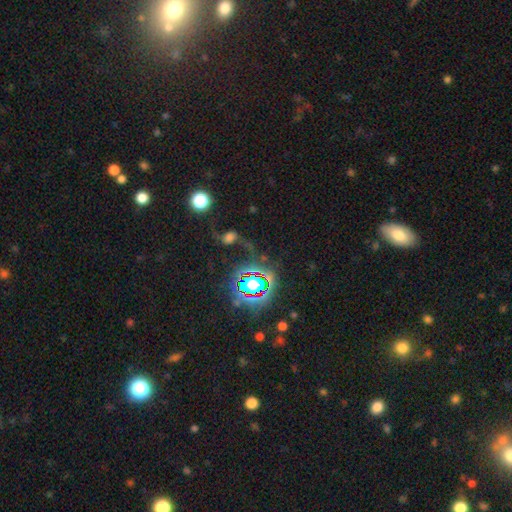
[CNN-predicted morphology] The model was most divided on "smooth or featured": star or artifact: 75%, smooth: 15%, featured or disk: 10%.